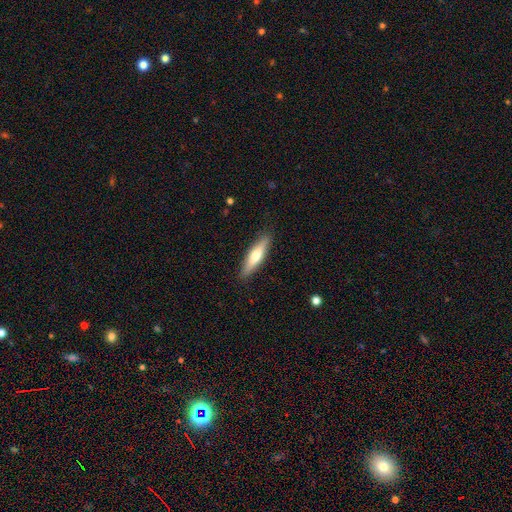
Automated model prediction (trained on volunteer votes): smooth-or-featured: smooth: 56% | featured or disk: 39% | star or artifact: 6%
  how-rounded: cigar-shaped: 77% | in between: 21% | round: 1%
  merging: none: 88% | minor disturbance: 9% | major disturbance: 2% | merger: 1%